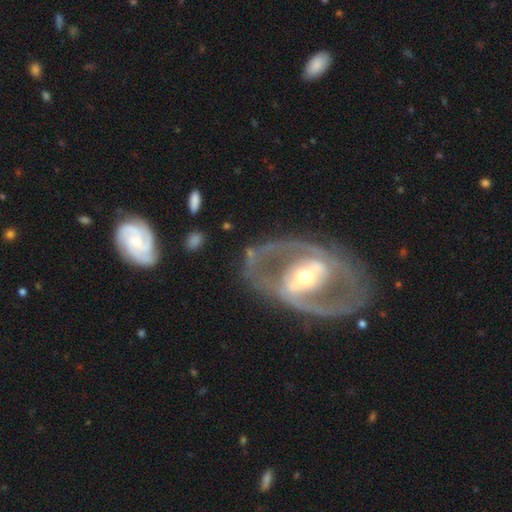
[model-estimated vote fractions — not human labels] A featured or disk galaxy (80%) with a strong bar (44%), 2 (79%) medium (45%) spiral arms (71%) and a moderate central bulge (63%). Merging: none (64%).